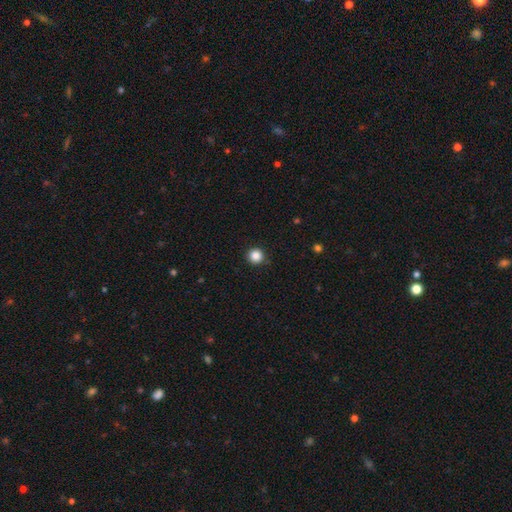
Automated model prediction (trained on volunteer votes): smooth 86%, star or artifact 11%, featured or disk 3%. Down the decision tree: how rounded — round (95%); merging — none (91%).